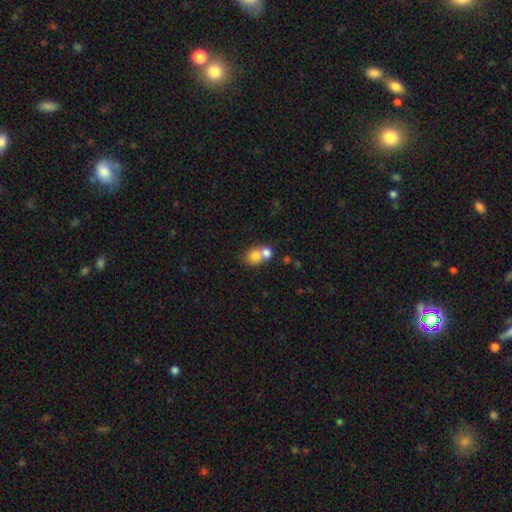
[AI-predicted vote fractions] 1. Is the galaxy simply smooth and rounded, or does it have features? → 76% smooth, 14% featured or disk, 10% star or artifact.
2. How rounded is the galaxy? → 70% round, 29% in between, 1% cigar-shaped.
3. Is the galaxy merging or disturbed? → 61% merger, 30% none, 6% minor disturbance, 3% major disturbance.